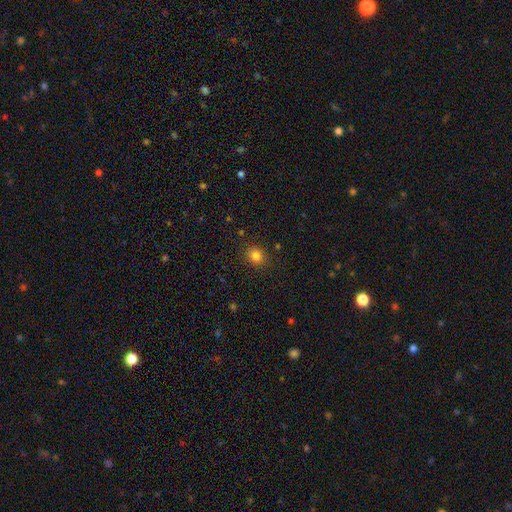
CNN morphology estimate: Smooth or featured: smooth — 82% (star or artifact — 13%)
How rounded: round — 70% (in between — 29%)
Merging: none — 89% (minor disturbance — 8%)